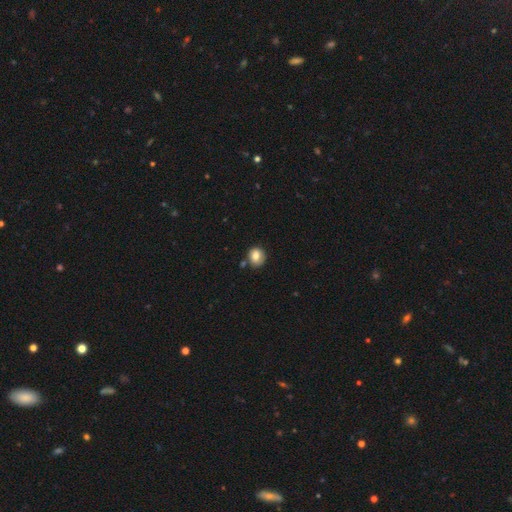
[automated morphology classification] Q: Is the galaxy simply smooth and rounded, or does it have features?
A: smooth — 77%.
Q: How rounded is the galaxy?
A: round — 74%.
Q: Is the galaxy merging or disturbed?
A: none — 74%.